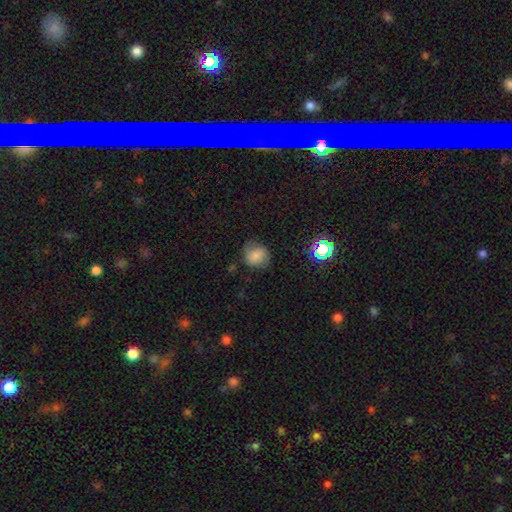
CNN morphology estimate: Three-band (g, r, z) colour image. It shows a smooth galaxy with no disk features (68%) that is round (79%). Merging: none (70%).